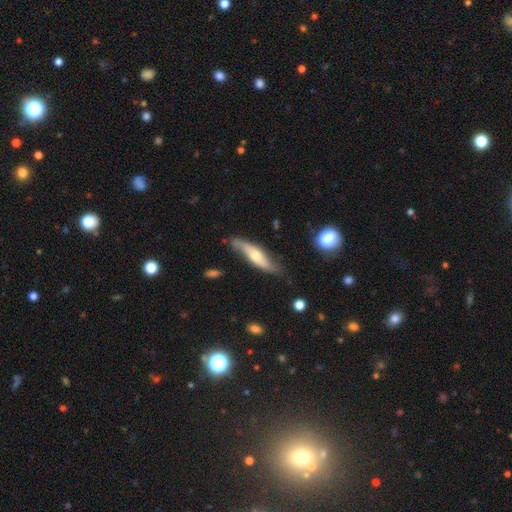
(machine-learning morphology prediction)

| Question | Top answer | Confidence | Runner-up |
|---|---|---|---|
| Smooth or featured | featured or disk | 56% | smooth (39%) |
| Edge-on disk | yes | 54% | no (46%) |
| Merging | none | 65% | minor disturbance (26%) |